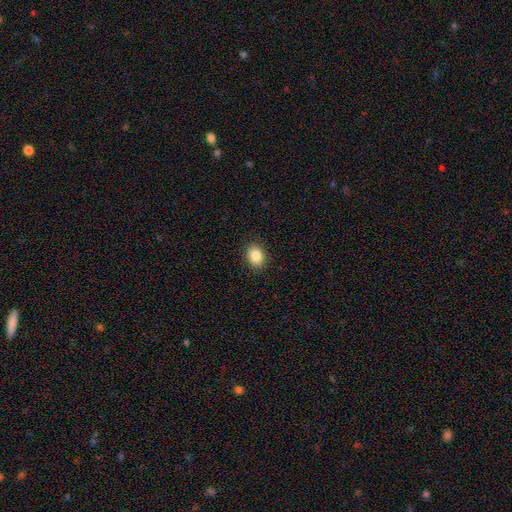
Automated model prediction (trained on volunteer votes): The model was most divided on "how rounded": in between: 63%, round: 36%, cigar-shaped: 1%. More confident: merging — none (90%); smooth or featured — smooth (87%).